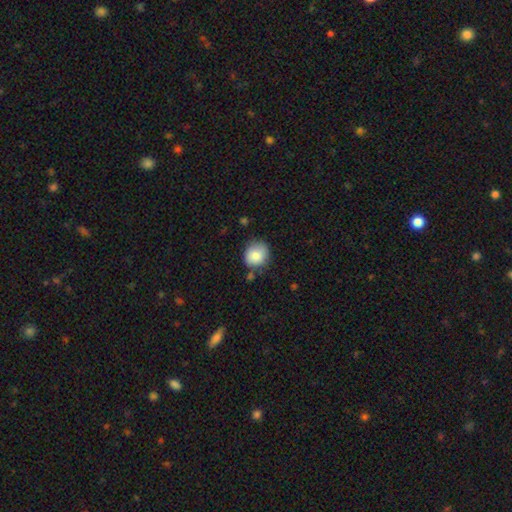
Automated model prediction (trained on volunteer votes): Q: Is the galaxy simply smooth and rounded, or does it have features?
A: smooth — 81%.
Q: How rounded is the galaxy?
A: round — 85%.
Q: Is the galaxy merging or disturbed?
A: none — 74%.